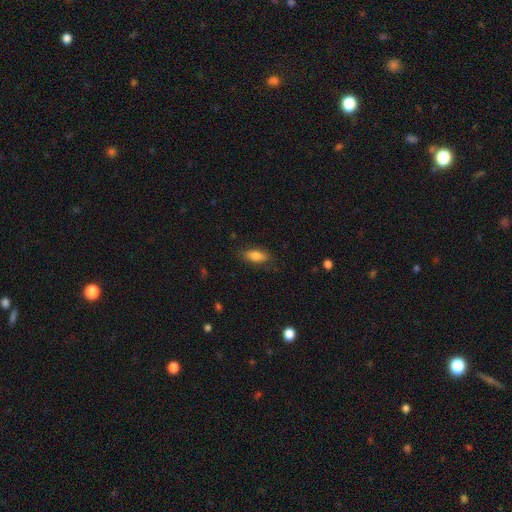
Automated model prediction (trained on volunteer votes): Smooth or featured? smooth (80%)
How rounded? in between (81%)
Merging? none (79%)